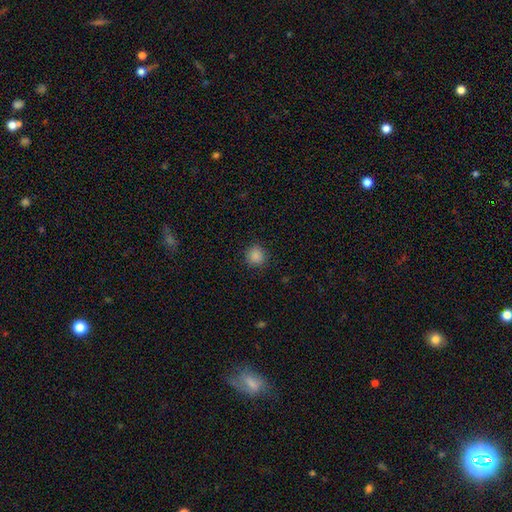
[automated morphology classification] The model was most divided on "smooth or featured": smooth: 87%, star or artifact: 10%, featured or disk: 3%. More confident: how rounded — round (92%); merging — none (89%).